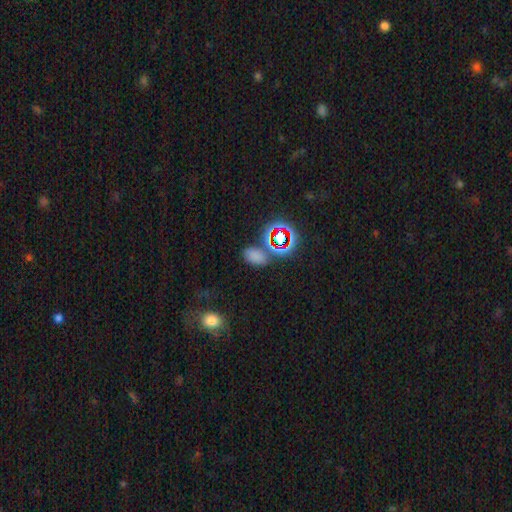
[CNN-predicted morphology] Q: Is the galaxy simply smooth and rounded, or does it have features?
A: smooth — 62%.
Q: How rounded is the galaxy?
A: in between — 86%.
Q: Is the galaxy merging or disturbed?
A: none — 70%.